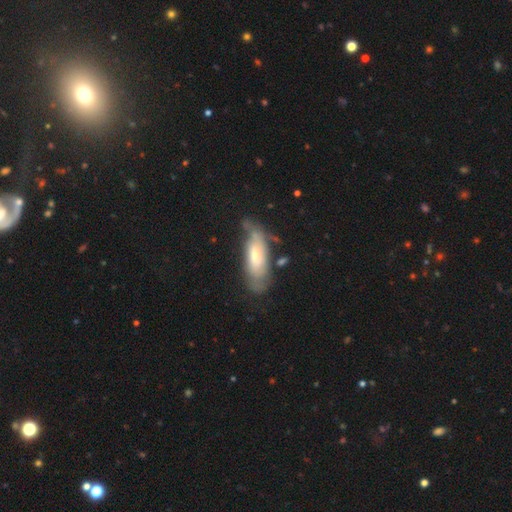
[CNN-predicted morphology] A smooth galaxy with no disk features (48%).

Vote fractions:
- Smooth or featured? smooth: 48% / featured or disk: 46% / star or artifact: 6%
- Merging? none: 48% / minor disturbance: 30% / major disturbance: 15% / merger: 7%